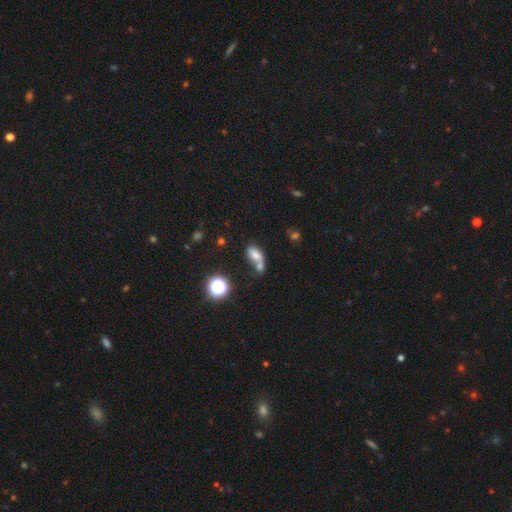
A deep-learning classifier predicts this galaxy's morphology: smooth 67%, featured or disk 18%, star or artifact 15%. Down the decision tree: how rounded — in between (80%); merging — merger (58%).